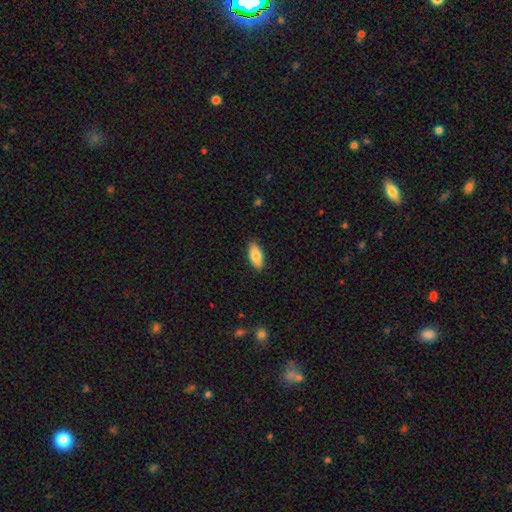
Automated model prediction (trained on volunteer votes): Q: Smooth or featured?
A: smooth (84%); runner-up: featured or disk (10%)
Q: How rounded?
A: in between (90%); runner-up: cigar-shaped (8%)
Q: Merging?
A: none (87%); runner-up: minor disturbance (10%)